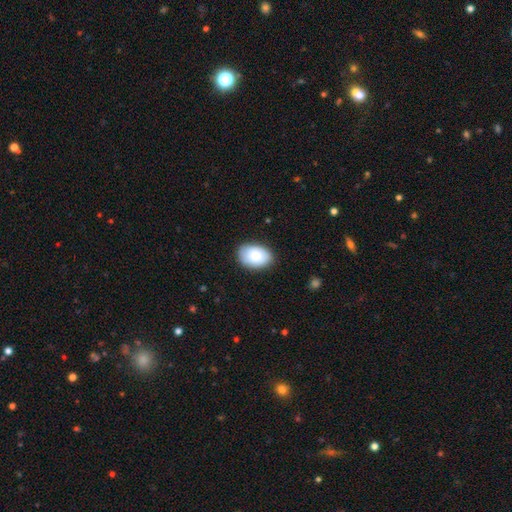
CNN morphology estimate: Smooth or featured?
  - smooth: 78% *
  - featured or disk: 15%
  - star or artifact: 7%
How rounded?
  - in between: 83% *
  - round: 16%
  - cigar-shaped: 1%
Merging?
  - none: 83% *
  - minor disturbance: 13%
  - major disturbance: 3%
  - merger: 1%